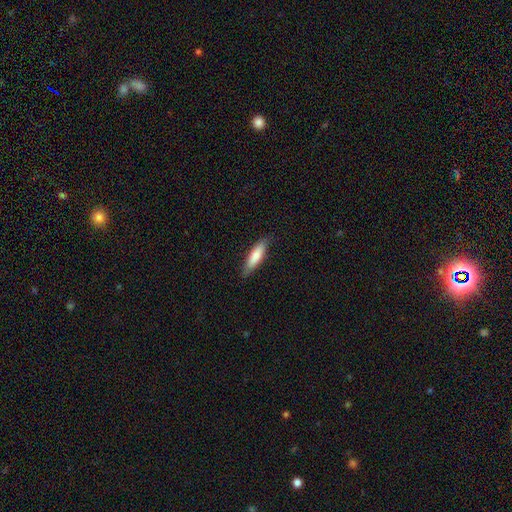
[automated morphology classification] type=smooth (78%); roundness=cigar-shaped (66%); merging=none (83%).